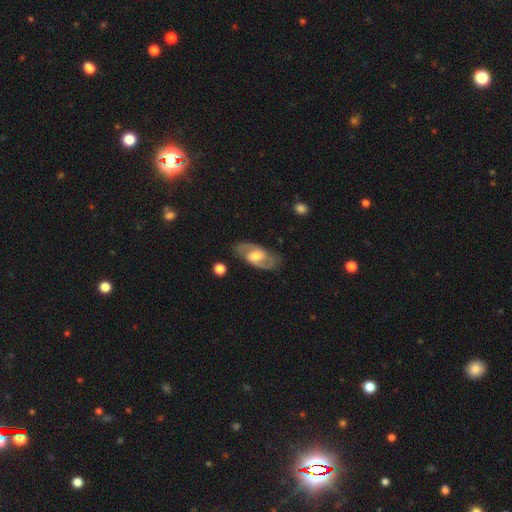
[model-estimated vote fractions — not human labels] This is likely a featured or disk galaxy (76%). It is clearly not viewed edge-on (92%). Bar: possibly weak (49%). Spiral arm pattern: clearly yes (87%). Spiral arm count: clearly 2 (87%). Spiral winding: possibly medium (53%). Central bulge: possibly moderate (59%). Merging: clearly none (82%).